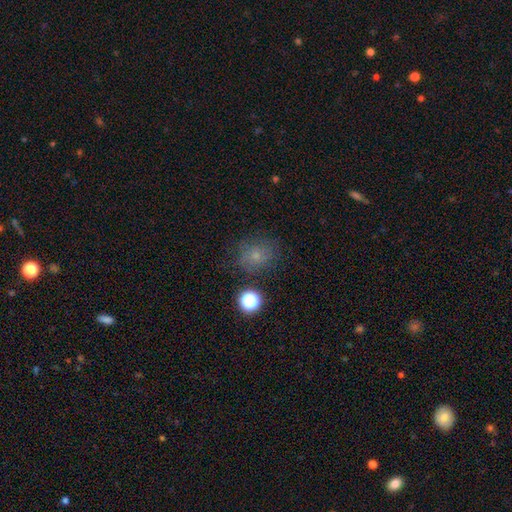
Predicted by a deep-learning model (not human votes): Smooth or featured?
  - smooth: 66% *
  - star or artifact: 20%
  - featured or disk: 14%
How rounded?
  - round: 73% *
  - in between: 26%
  - cigar-shaped: 1%
Merging?
  - none: 73% *
  - minor disturbance: 16%
  - major disturbance: 7%
  - merger: 4%